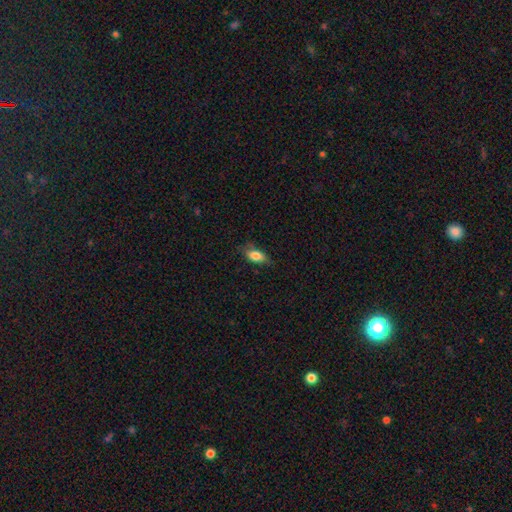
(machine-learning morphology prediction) smooth-or-featured: smooth: 79% | featured or disk: 14% | star or artifact: 8%
  how-rounded: in between: 83% | cigar-shaped: 12% | round: 5%
  merging: none: 68% | minor disturbance: 25% | major disturbance: 6% | merger: 1%